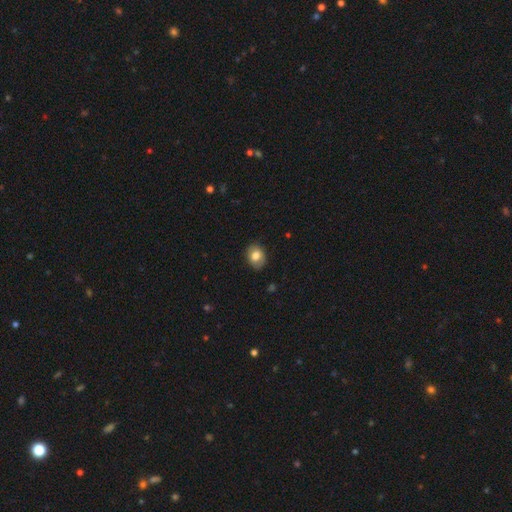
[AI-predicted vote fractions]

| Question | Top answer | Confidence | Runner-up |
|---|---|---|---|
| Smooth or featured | smooth | 79% | featured or disk (13%) |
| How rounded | in between | 58% | round (41%) |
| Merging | none | 85% | minor disturbance (12%) |